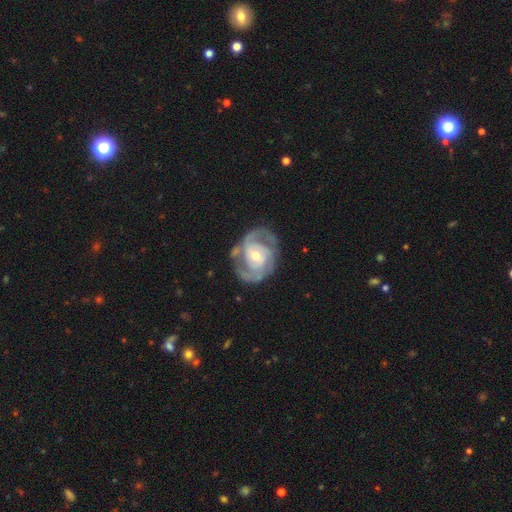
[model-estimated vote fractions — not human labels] The model was most divided on "spiral winding": tight: 47%, medium: 43%, loose: 9%. More confident: edge-on disk — no (98%); spiral arms — yes (96%); smooth or featured — featured or disk (89%); merging — none (69%); bulge size — moderate (59%); spiral arm count — 2 (58%); bar — no (53%).